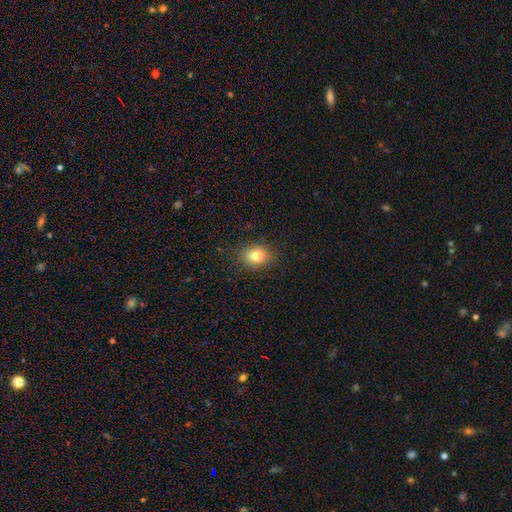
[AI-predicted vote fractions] Smooth or featured? smooth (79%)
How rounded? round (56%)
Merging? none (88%)